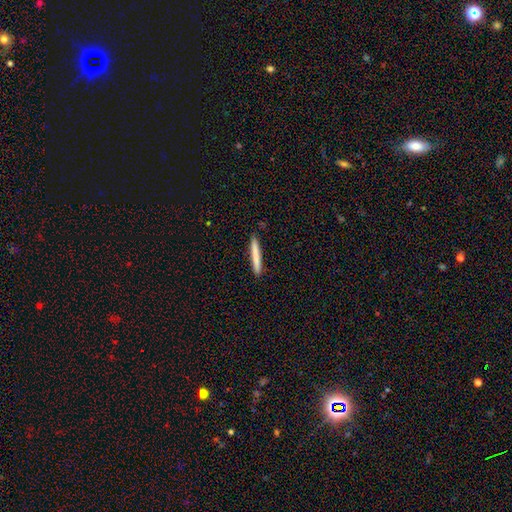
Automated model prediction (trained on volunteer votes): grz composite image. It shows a smooth galaxy with no disk features (77%) that is cigar-shaped (96%). Merging: none (91%).